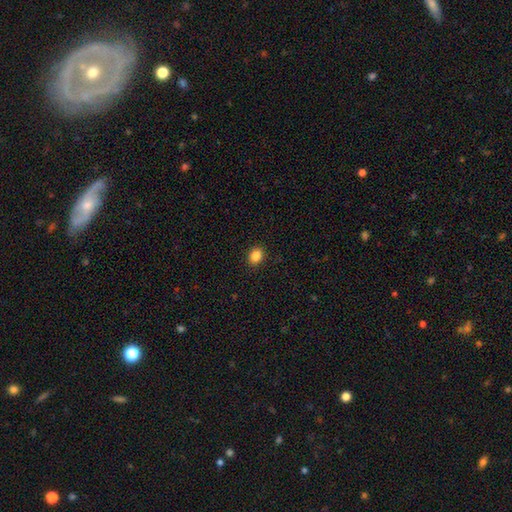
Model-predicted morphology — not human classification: Smooth or featured? Predicted: smooth (p=0.86). How rounded? Predicted: in between (p=0.51). Merging? Predicted: none (p=0.91).